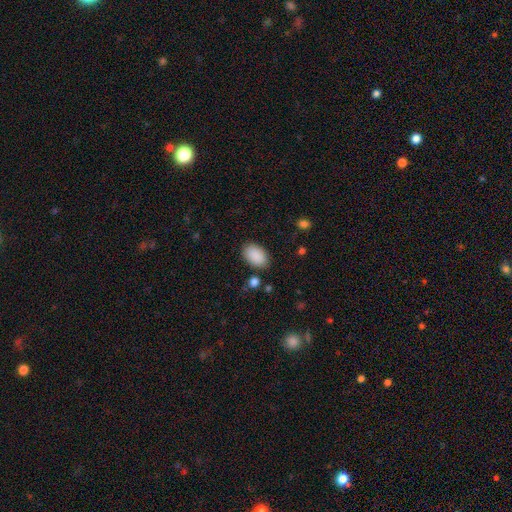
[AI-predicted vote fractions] smooth_or_featured: smooth (p=0.90) [alt: star or artifact p=0.07]
how_rounded: in between (p=0.92) [alt: round p=0.07]
merging: none (p=0.85) [alt: minor disturbance p=0.10]